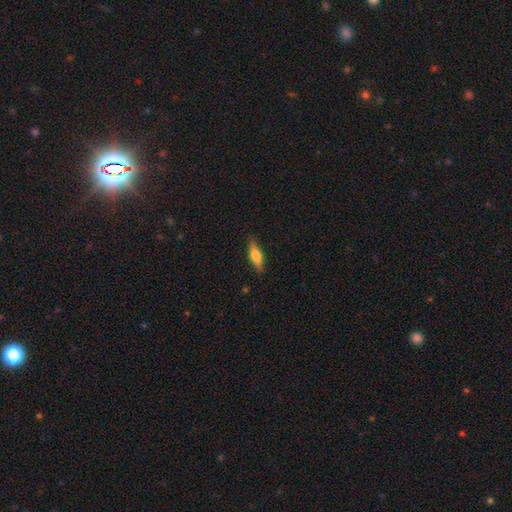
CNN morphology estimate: smooth-or-featured: smooth: 63% | featured or disk: 31% | star or artifact: 6%
  how-rounded: in between: 49% | cigar-shaped: 48% | round: 3%
  merging: none: 86% | minor disturbance: 11% | major disturbance: 2% | merger: 1%